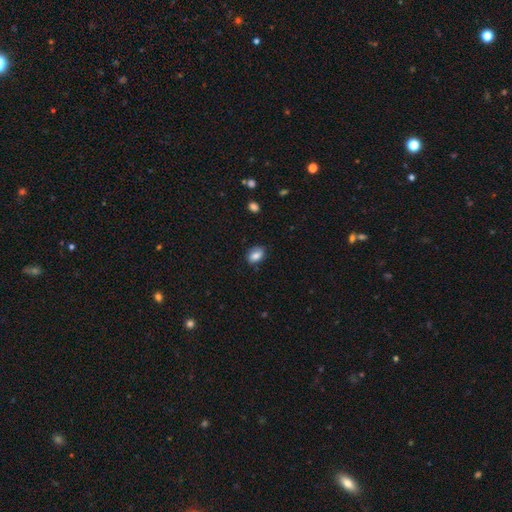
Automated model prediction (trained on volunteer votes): Overall: smooth (80%). How rounded: in between (81%). Merging: none (78%).